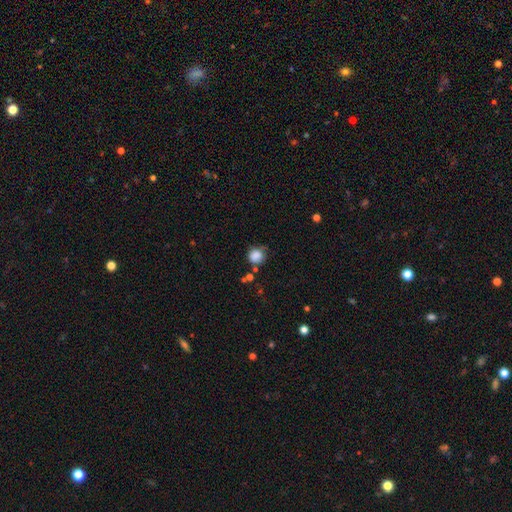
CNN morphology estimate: smooth-or-featured: smooth: 85% | star or artifact: 10% | featured or disk: 5%
  how-rounded: round: 88% | in between: 11% | cigar-shaped: 1%
  merging: none: 63% | minor disturbance: 23% | major disturbance: 7% | merger: 6%